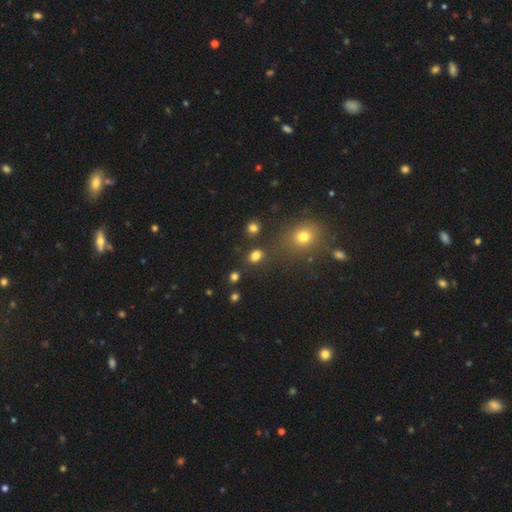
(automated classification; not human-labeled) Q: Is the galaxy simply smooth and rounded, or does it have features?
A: smooth — 80%.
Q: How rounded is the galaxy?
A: in between — 55%.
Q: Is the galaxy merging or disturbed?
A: none — 80%.